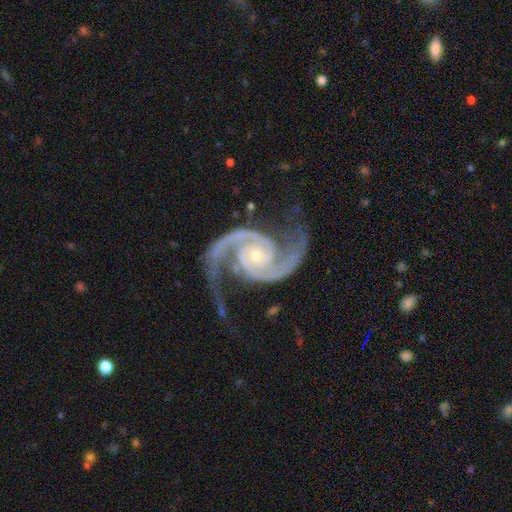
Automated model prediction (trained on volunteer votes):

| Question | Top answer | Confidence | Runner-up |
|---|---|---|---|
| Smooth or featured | featured or disk | 95% | star or artifact (4%) |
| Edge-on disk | no | 98% | yes (2%) |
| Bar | no | 70% | weak (20%) |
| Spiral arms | yes | 99% | no (1%) |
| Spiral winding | medium | 61% | tight (25%) |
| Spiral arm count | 2 | 94% | 3 (2%) |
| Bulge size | small | 75% | moderate (21%) |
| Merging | none | 74% | minor disturbance (15%) |